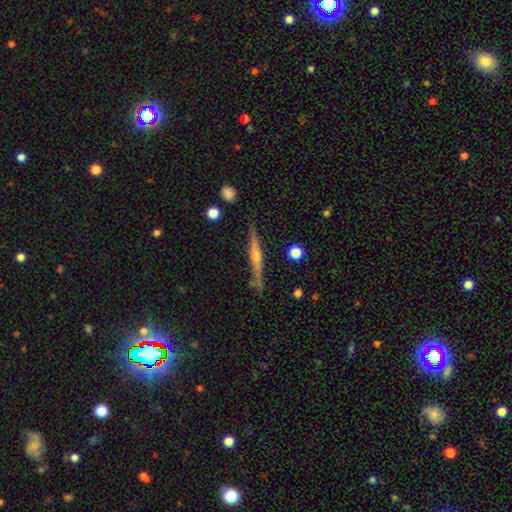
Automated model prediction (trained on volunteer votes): Smooth or featured: featured or disk — 70% (smooth — 23%)
Edge-on disk: yes — 97% (no — 3%)
Edge-on bulge: rounded — 80% (none — 13%)
Merging: none — 83% (minor disturbance — 12%)